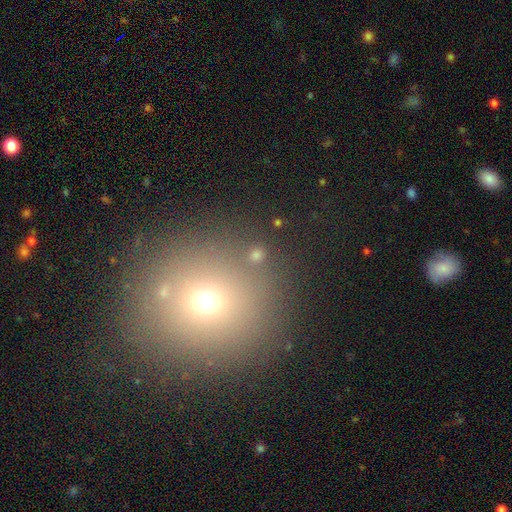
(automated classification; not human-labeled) Q: Smooth or featured?
A: smooth (64%); runner-up: star or artifact (24%)
Q: How rounded?
A: round (87%); runner-up: in between (12%)
Q: Merging?
A: none (81%); runner-up: minor disturbance (8%)